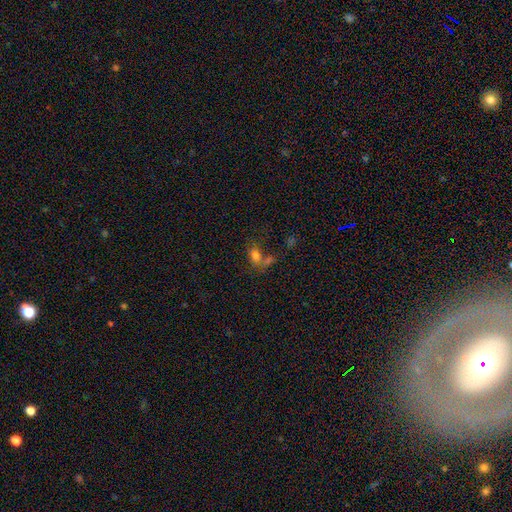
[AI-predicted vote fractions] smooth_or_featured: smooth (p=0.72) [alt: star or artifact p=0.15]
how_rounded: in between (p=0.75) [alt: round p=0.21]
merging: merger (p=0.39) [alt: none p=0.37]